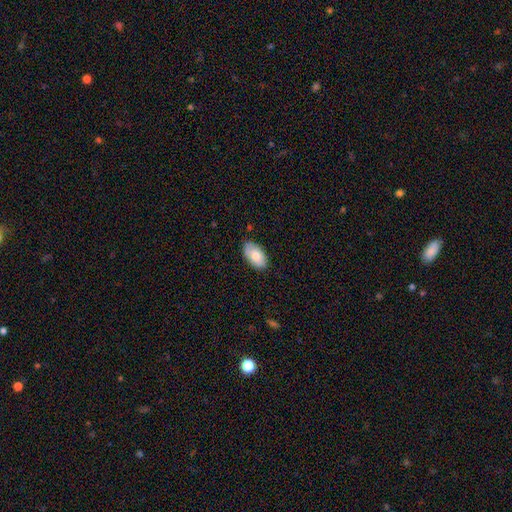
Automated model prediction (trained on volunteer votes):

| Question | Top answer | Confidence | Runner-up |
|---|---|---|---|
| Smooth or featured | smooth | 78% | featured or disk (16%) |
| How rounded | in between | 95% | round (4%) |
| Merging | none | 81% | minor disturbance (16%) |